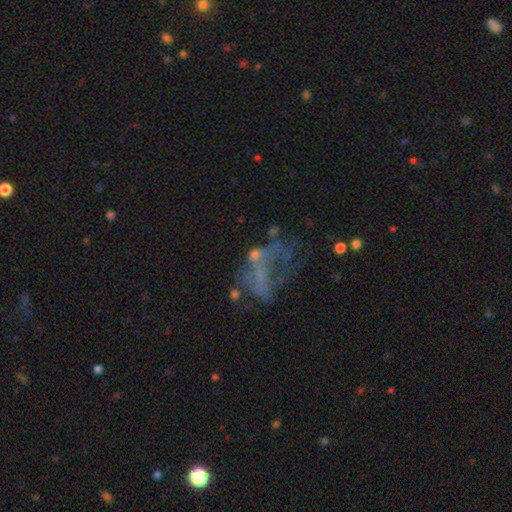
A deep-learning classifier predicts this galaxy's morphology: smooth-or-featured: featured or disk: 55% | smooth: 24% | star or artifact: 22%
  disk-edge-on: no: 97% | yes: 3%
    bar: no: 85% | weak: 11% | strong: 4%
    has-spiral-arms: no: 87% | yes: 13%
    bulge-size: none: 72% | small: 16% | moderate: 9% | large: 2% | dominant: 1%
  merging: major disturbance: 45% | none: 26% | merger: 16% | minor disturbance: 13%